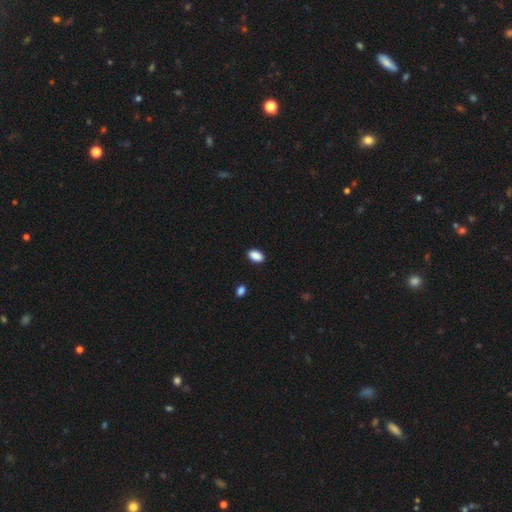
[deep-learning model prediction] Overall: smooth (90%). How rounded: in between (92%). Merging: none (89%).